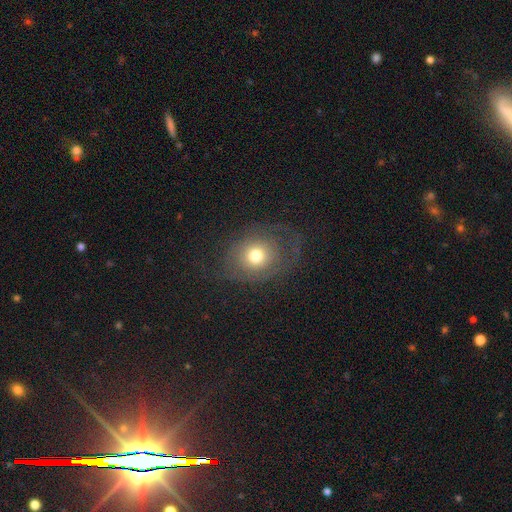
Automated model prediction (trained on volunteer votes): Morphology: type=smooth (55%); roundness=round (60%); merging=none (59%).